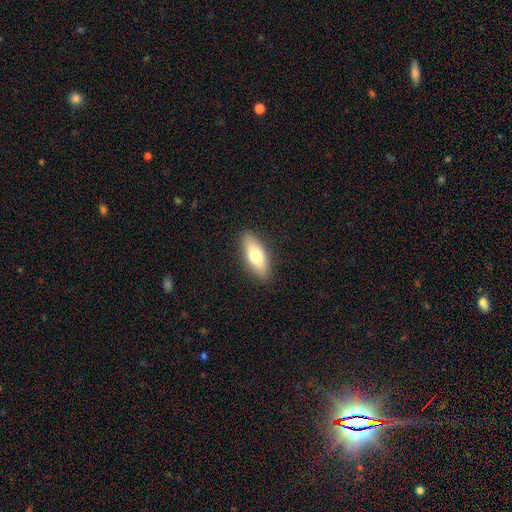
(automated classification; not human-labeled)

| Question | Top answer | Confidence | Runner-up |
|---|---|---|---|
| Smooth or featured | smooth | 72% | featured or disk (22%) |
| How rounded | in between | 67% | cigar-shaped (30%) |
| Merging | none | 88% | minor disturbance (9%) |